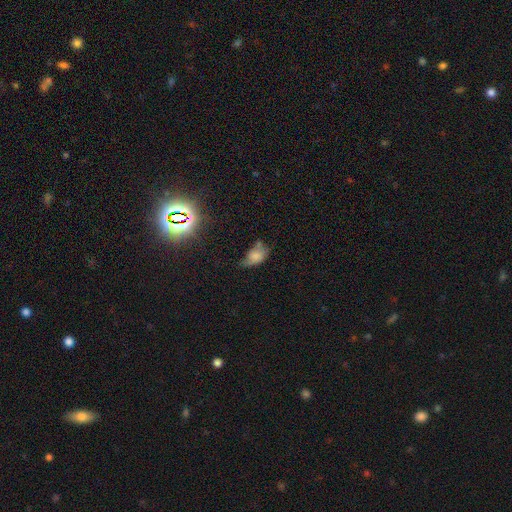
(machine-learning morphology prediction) smooth_or_featured: smooth (p=0.68) [alt: featured or disk p=0.18]
how_rounded: in between (p=0.87) [alt: round p=0.11]
merging: minor disturbance (p=0.41) [alt: none p=0.31]